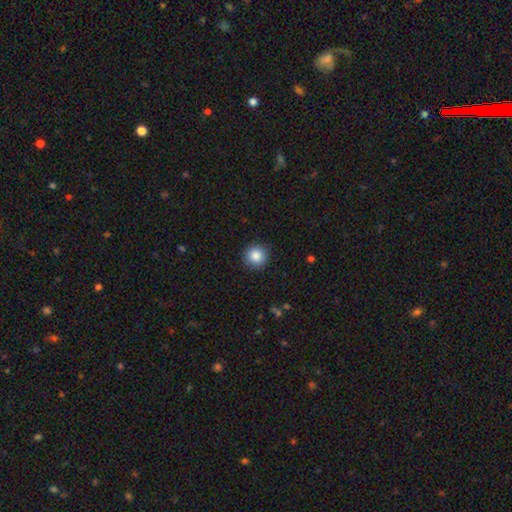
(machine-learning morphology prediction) The model was most divided on "smooth or featured": smooth: 86%, star or artifact: 9%, featured or disk: 5%. More confident: how rounded — round (95%); merging — none (91%).